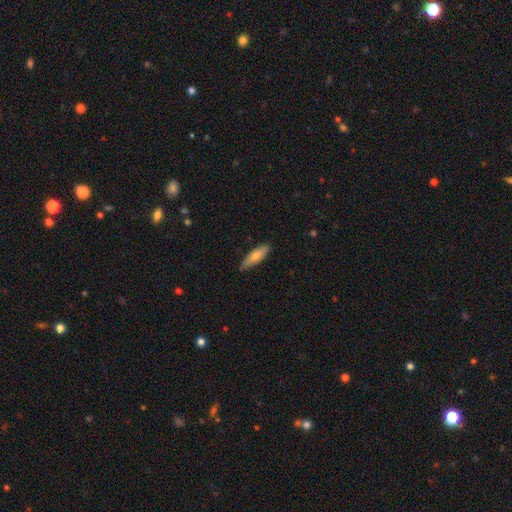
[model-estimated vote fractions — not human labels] Smooth or featured?
  - smooth: 62% *
  - featured or disk: 31%
  - star or artifact: 6%
How rounded?
  - cigar-shaped: 68% *
  - in between: 30%
  - round: 2%
Merging?
  - none: 85% *
  - minor disturbance: 12%
  - major disturbance: 2%
  - merger: 1%